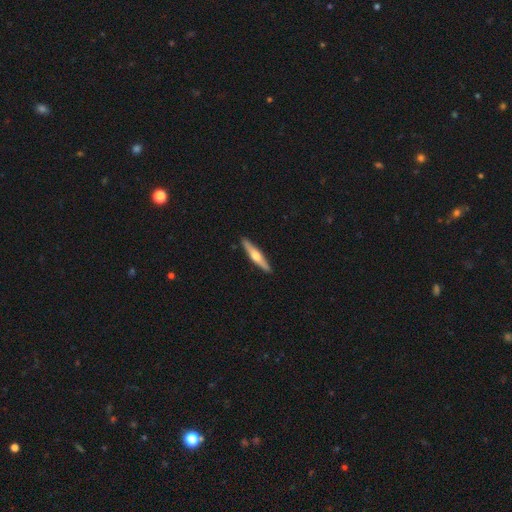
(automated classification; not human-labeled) The model was most divided on "smooth or featured": featured or disk: 60%, smooth: 35%, star or artifact: 5%. More confident: edge-on disk — yes (96%); edge-on bulge — rounded (92%); merging — none (91%).